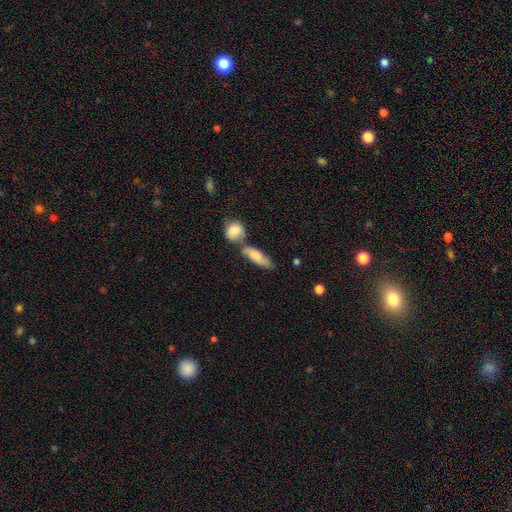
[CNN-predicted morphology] A smooth galaxy with no disk features (79%) that is in between round and cigar-shaped (59%). Merging: none (45%).